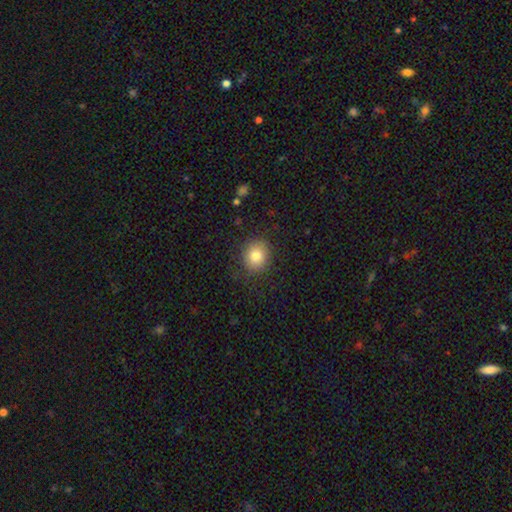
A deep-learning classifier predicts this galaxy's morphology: This appears to be a smooth galaxy with no disk features (80%) that is round (82%). Merging: none (85%).